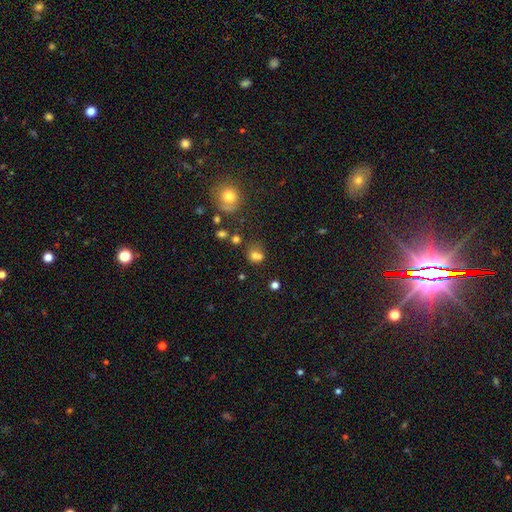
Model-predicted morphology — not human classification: Smooth or featured? Predicted: smooth (p=0.70). How rounded? Predicted: round (p=0.68). Merging? Predicted: none (p=0.47).